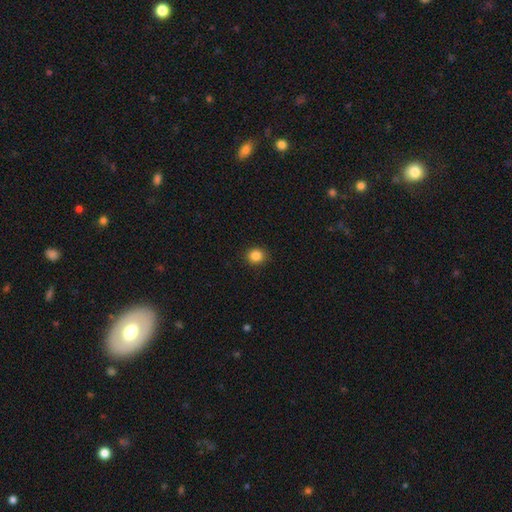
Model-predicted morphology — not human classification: Smooth or featured?
  - smooth: 85% *
  - star or artifact: 11%
  - featured or disk: 4%
How rounded?
  - round: 84% *
  - in between: 15%
  - cigar-shaped: 1%
Merging?
  - none: 91% *
  - minor disturbance: 6%
  - major disturbance: 2%
  - merger: 1%